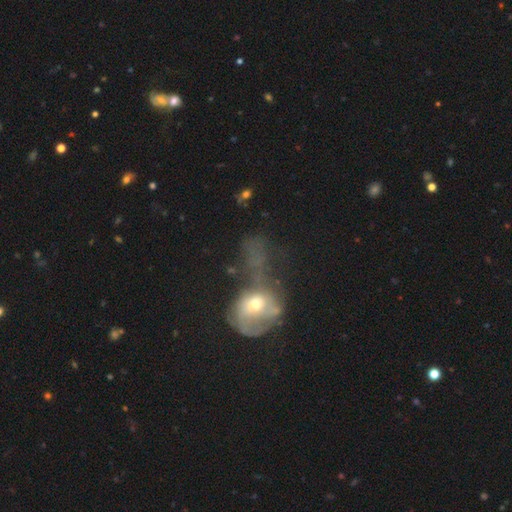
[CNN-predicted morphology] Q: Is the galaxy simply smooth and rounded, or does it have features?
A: featured or disk — 44%.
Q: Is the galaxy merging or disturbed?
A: major disturbance — 47%.